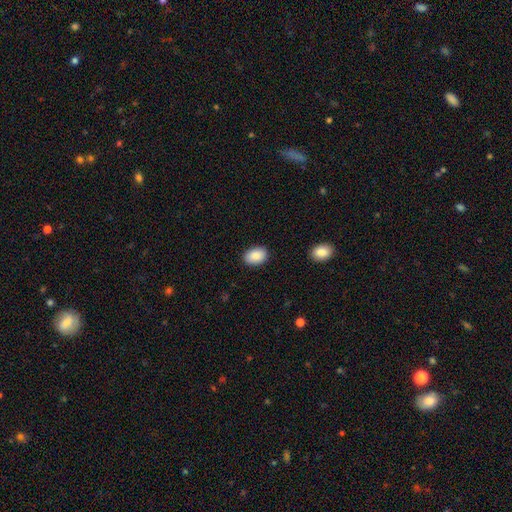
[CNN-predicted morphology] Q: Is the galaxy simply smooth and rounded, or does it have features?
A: smooth — 88%.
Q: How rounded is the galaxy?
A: in between — 85%.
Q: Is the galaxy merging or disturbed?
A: none — 88%.